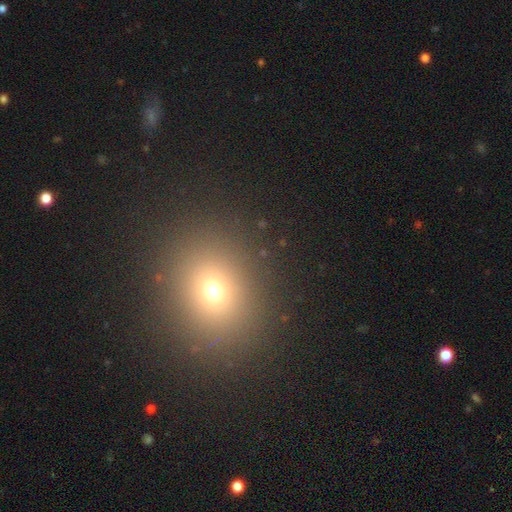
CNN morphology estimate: A smooth galaxy with no disk features (64%) that is round (68%).

Vote fractions:
- Smooth or featured? smooth: 64% / star or artifact: 27% / featured or disk: 9%
- How rounded? round: 68% / in between: 31% / cigar-shaped: 1%
- Merging? none: 91% / minor disturbance: 5% / major disturbance: 2% / merger: 1%